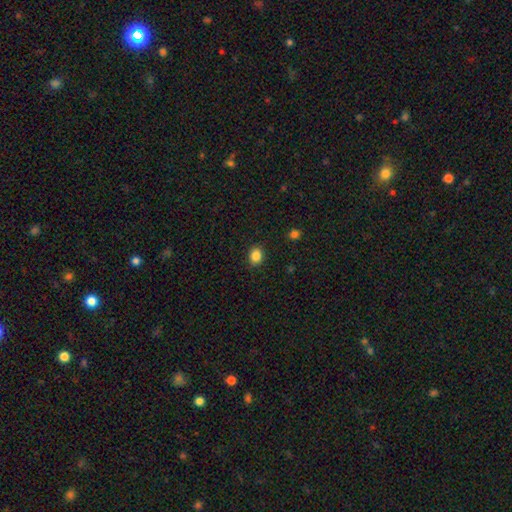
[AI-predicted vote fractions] smooth-or-featured: smooth: 85% | star or artifact: 10% | featured or disk: 4%
  how-rounded: round: 53% | in between: 46% | cigar-shaped: 1%
  merging: none: 89% | minor disturbance: 8% | major disturbance: 2% | merger: 1%